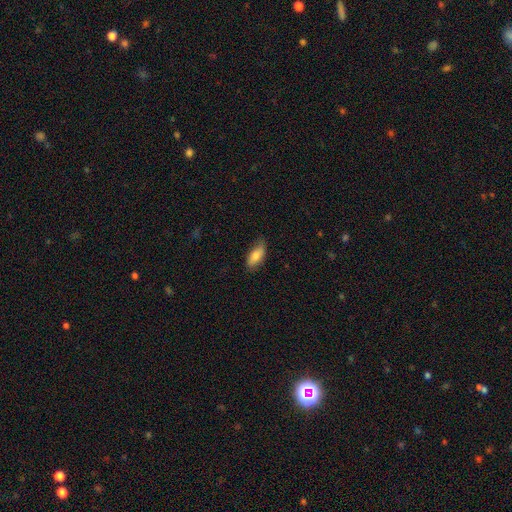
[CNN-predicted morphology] Smooth or featured? Predicted: smooth (p=0.78). How rounded? Predicted: in between (p=0.83). Merging? Predicted: none (p=0.77).